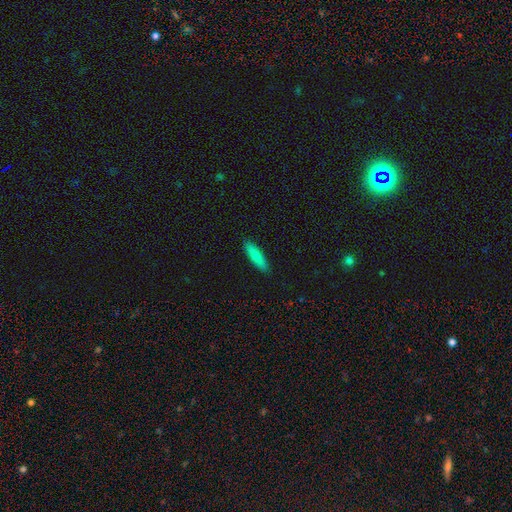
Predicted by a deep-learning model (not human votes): smooth 84%, featured or disk 10%, star or artifact 6%. Down the decision tree: how rounded — cigar-shaped (68%); merging — none (90%).